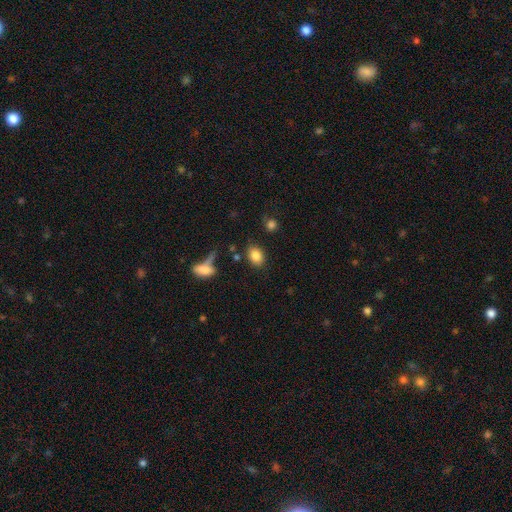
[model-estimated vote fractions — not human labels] This is clearly a smooth galaxy (84%). How rounded: likely in between (70%). Merging: likely none (78%).